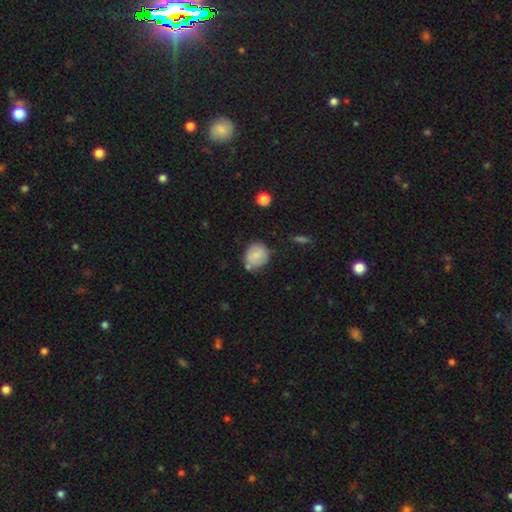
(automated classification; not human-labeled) smooth-or-featured: smooth: 73% | featured or disk: 19% | star or artifact: 8%
  how-rounded: round: 70% | in between: 29% | cigar-shaped: 1%
  merging: none: 65% | minor disturbance: 21% | merger: 9% | major disturbance: 5%